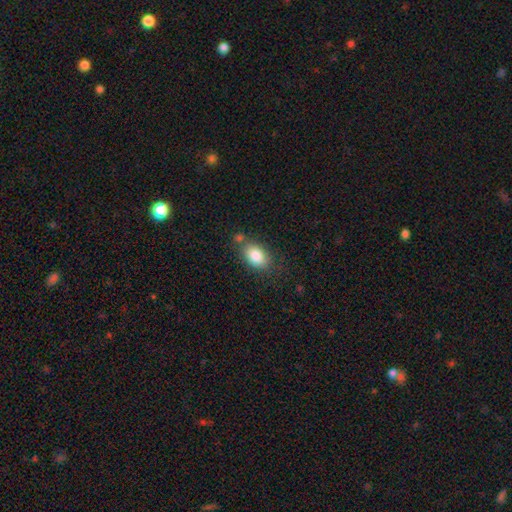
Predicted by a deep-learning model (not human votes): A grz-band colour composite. It shows a smooth galaxy with no disk features (84%) that is in between round and cigar-shaped (85%). Merging: none (67%).